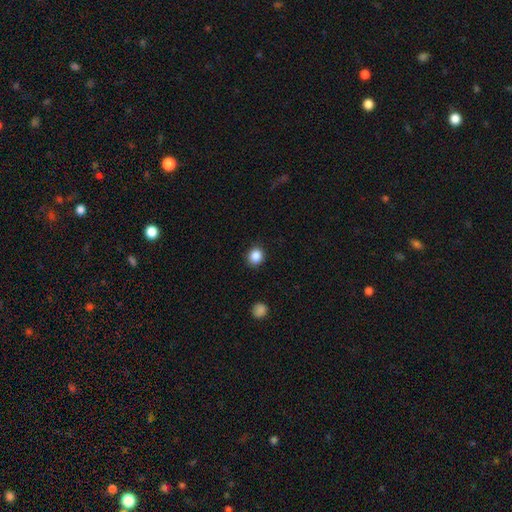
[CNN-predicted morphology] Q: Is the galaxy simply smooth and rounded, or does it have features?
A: smooth — 86%.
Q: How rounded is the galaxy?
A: round — 83%.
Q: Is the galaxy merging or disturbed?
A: none — 89%.